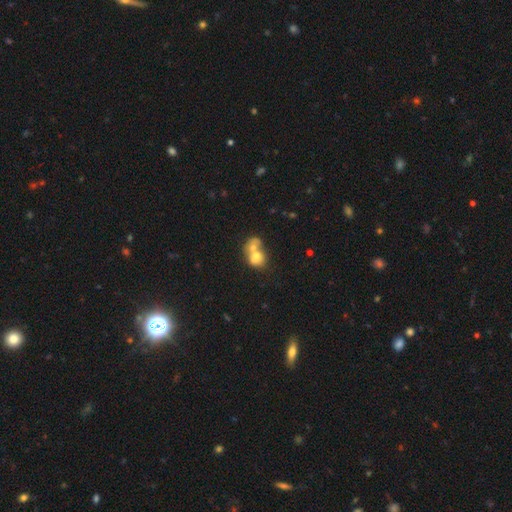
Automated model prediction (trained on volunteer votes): smooth-or-featured: smooth: 63% | featured or disk: 28% | star or artifact: 9%
  how-rounded: round: 50% | in between: 49% | cigar-shaped: 1%
  merging: merger: 74% | none: 15% | minor disturbance: 6% | major disturbance: 4%